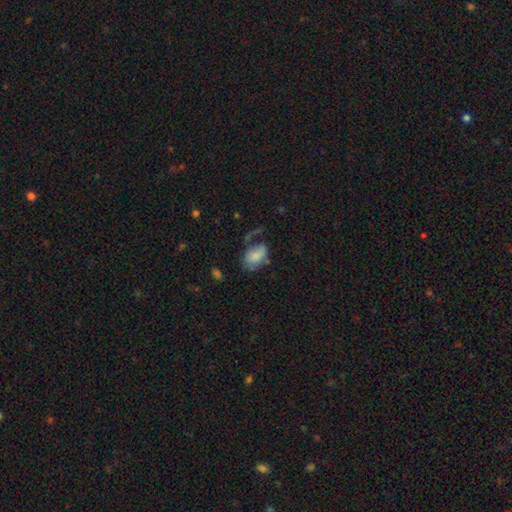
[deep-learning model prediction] Overall: smooth (73%). How rounded: in between (86%). Merging: none (42%; minor disturbance 28%).